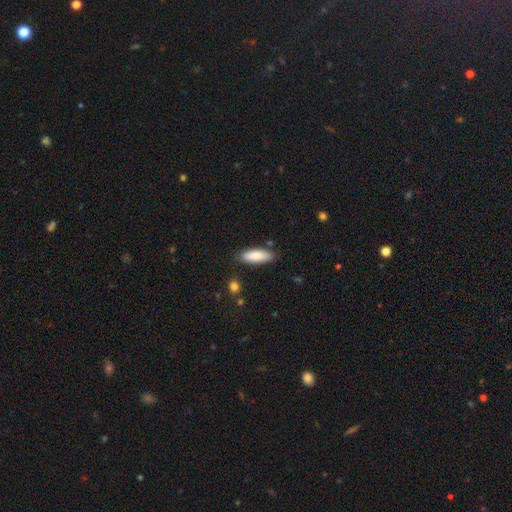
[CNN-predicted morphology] The model was most divided on "how rounded": in between: 59%, cigar-shaped: 39%, round: 2%. More confident: smooth or featured — smooth (85%); merging — none (84%).